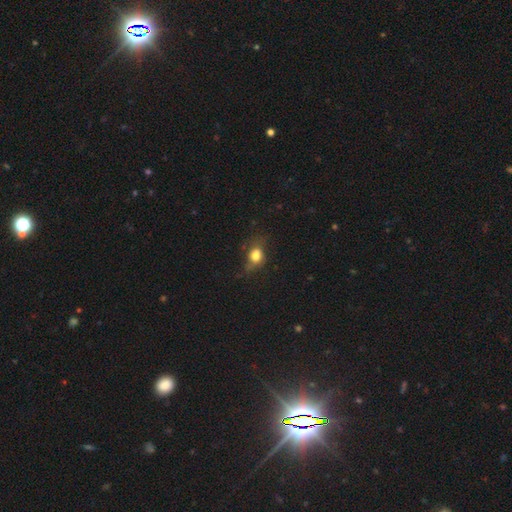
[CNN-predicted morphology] Smooth or featured?
  - smooth: 75% *
  - featured or disk: 14%
  - star or artifact: 12%
How rounded?
  - in between: 55% *
  - round: 42%
  - cigar-shaped: 2%
Merging?
  - none: 50% *
  - minor disturbance: 30%
  - major disturbance: 17%
  - merger: 3%